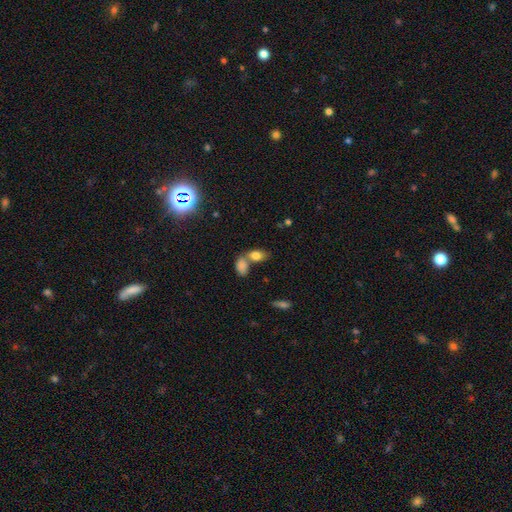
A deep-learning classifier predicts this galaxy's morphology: smooth_or_featured: smooth (p=0.80) [alt: featured or disk p=0.10]
how_rounded: in between (p=0.88) [alt: round p=0.09]
merging: merger (p=0.46) [alt: none p=0.40]